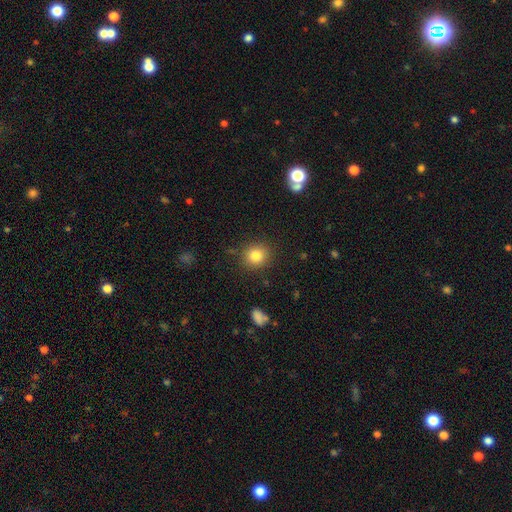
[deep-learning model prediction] Overall: smooth (82%). How rounded: round (83%). Merging: none (87%).